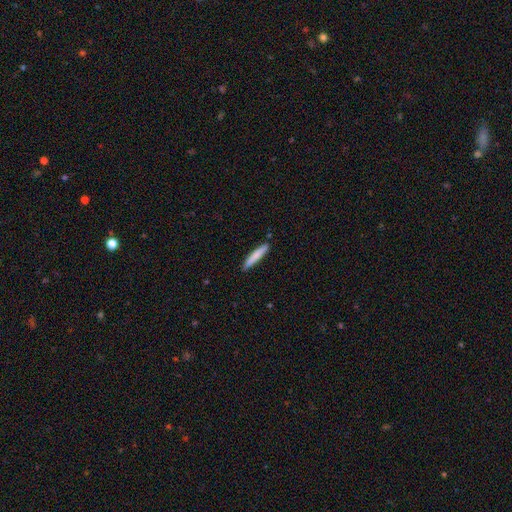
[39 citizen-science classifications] This is clearly a smooth galaxy (87%). How rounded: clearly cigar-shaped (94%). Merging: likely none (77%).